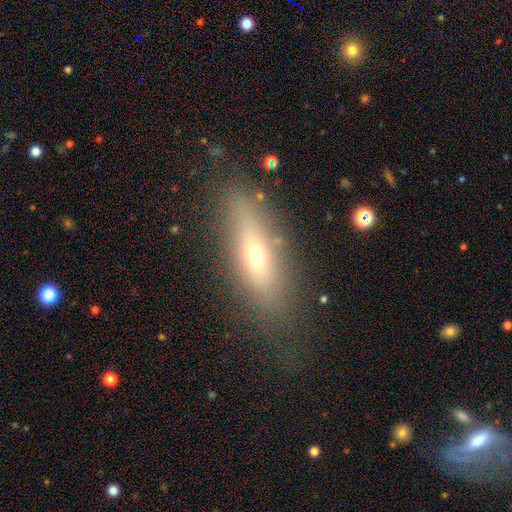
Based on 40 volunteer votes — Volunteers were most divided on "how rounded": in between: 58%, cigar-shaped: 38%, round: 4%. More confident: merging — none (77%); smooth or featured — smooth (65%).